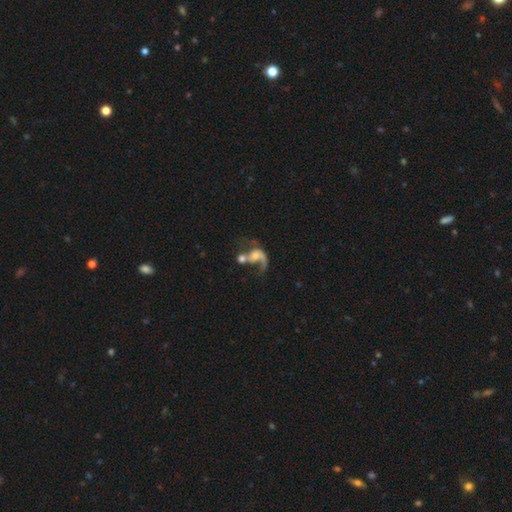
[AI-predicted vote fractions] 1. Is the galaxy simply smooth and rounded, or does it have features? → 60% featured or disk, 31% smooth, 9% star or artifact.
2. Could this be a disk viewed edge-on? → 97% no, 3% yes.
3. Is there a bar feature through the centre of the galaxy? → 72% no, 23% weak, 6% strong.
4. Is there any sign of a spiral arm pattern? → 73% yes, 27% no.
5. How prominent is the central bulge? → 37% moderate, 34% small, 15% none, 11% large, 3% dominant.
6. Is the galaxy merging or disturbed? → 48% merger, 28% major disturbance, 15% none, 8% minor disturbance.